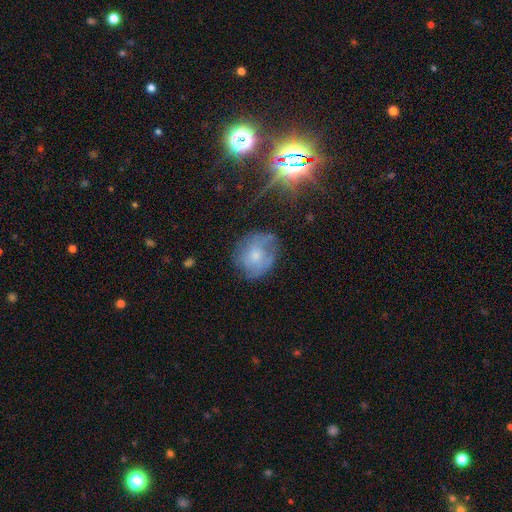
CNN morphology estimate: Overall: smooth (47%; featured or disk 39%). Merging: none (62%; minor disturbance 24%).